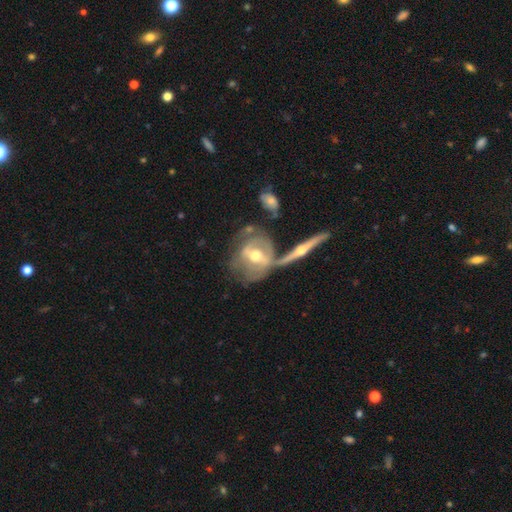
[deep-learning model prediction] featured or disk 77%, smooth 17%, star or artifact 6%. Down the decision tree: edge-on disk — no (80%); bar — weak (39%); spiral arms — yes (64%); bulge size — moderate (72%); merging — none (40%).